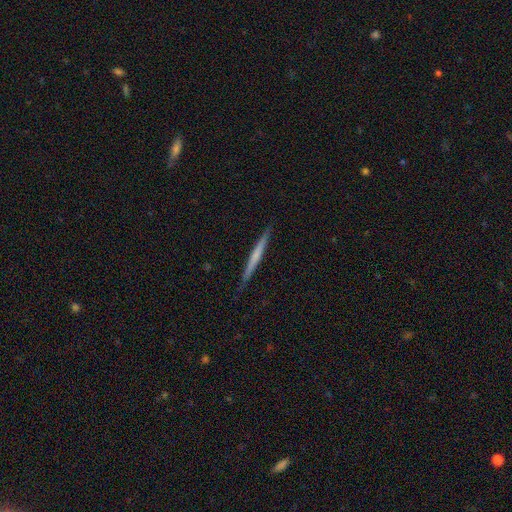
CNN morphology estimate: Smooth or featured?
  - featured or disk: 48% *
  - smooth: 47%
  - star or artifact: 5%
Merging?
  - none: 90% *
  - minor disturbance: 7%
  - major disturbance: 1%
  - merger: 1%